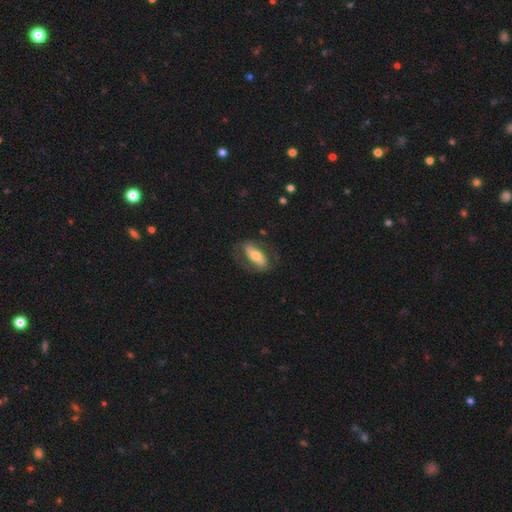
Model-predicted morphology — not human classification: This appears to be a featured or disk galaxy (50%). Merging: none (68%).